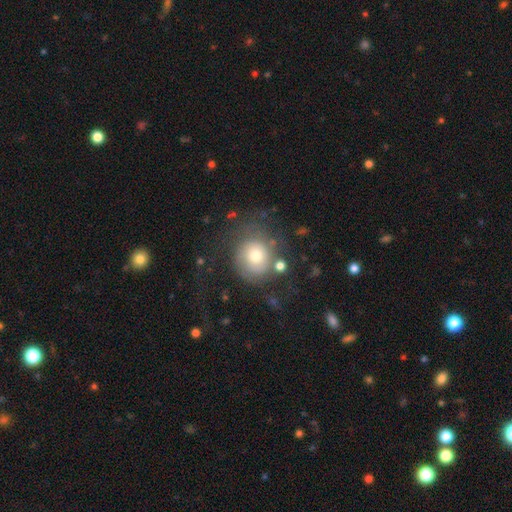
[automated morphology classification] smooth-or-featured: smooth: 52% | featured or disk: 37% | star or artifact: 11%
  how-rounded: round: 79% | in between: 20% | cigar-shaped: 1%
  merging: none: 57% | major disturbance: 20% | minor disturbance: 18% | merger: 5%